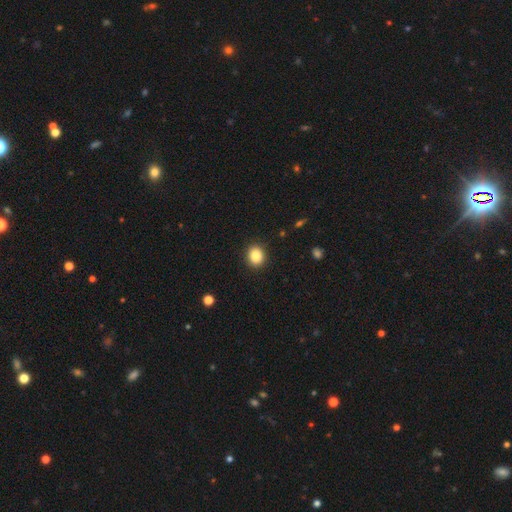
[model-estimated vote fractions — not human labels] Smooth or featured?
  - smooth: 85% *
  - star or artifact: 10%
  - featured or disk: 5%
How rounded?
  - round: 72% *
  - in between: 27%
  - cigar-shaped: 1%
Merging?
  - none: 91% *
  - minor disturbance: 6%
  - major disturbance: 2%
  - merger: 1%